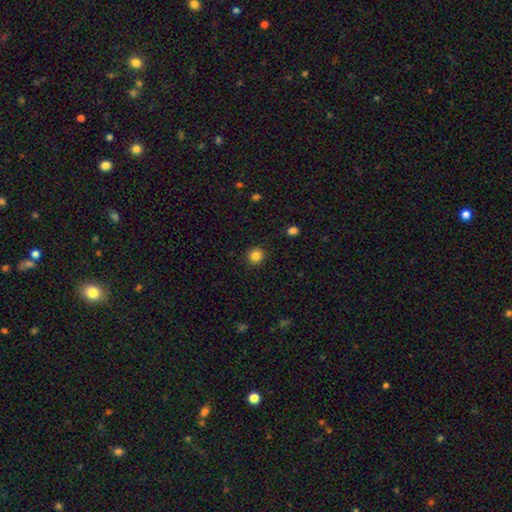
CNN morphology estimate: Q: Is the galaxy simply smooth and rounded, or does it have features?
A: smooth — 85%.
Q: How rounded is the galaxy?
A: round — 91%.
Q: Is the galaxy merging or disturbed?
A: none — 91%.